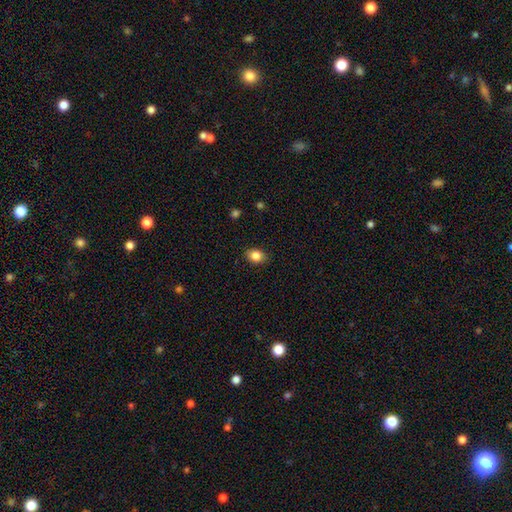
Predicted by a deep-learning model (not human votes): Morphology: type=smooth (85%); roundness=in between (65%); merging=none (87%).